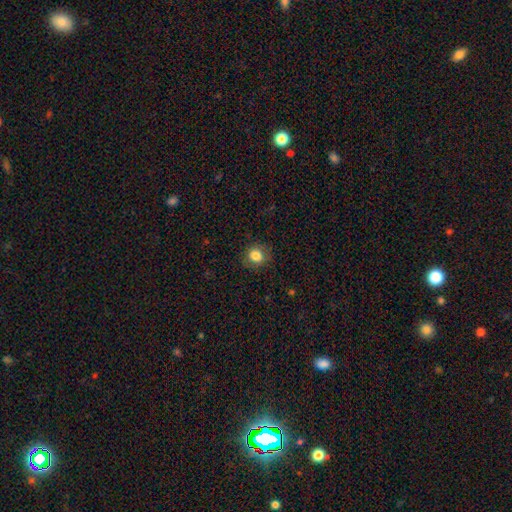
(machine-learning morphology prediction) Overall: smooth (83%). How rounded: round (81%). Merging: none (86%).